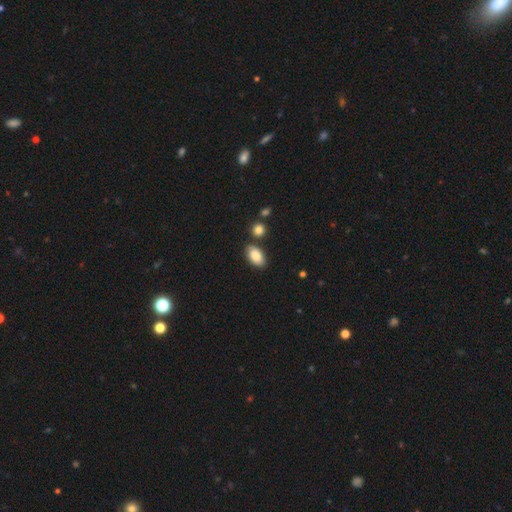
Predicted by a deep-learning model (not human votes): Smooth or featured? Predicted: smooth (p=0.86). How rounded? Predicted: in between (p=0.94). Merging? Predicted: none (p=0.79).